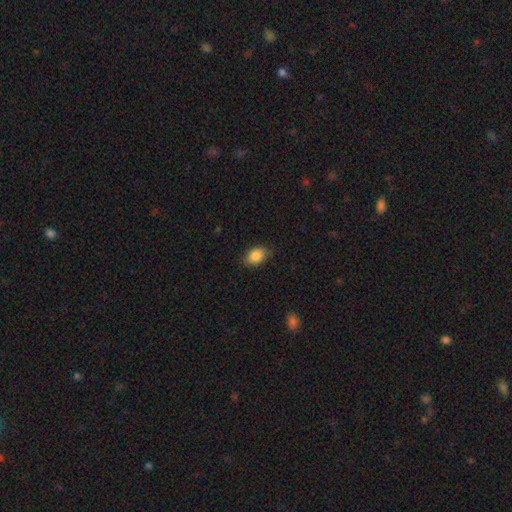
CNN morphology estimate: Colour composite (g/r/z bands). It shows a smooth galaxy with no disk features (87%) that is in between round and cigar-shaped (76%). Merging: none (82%).